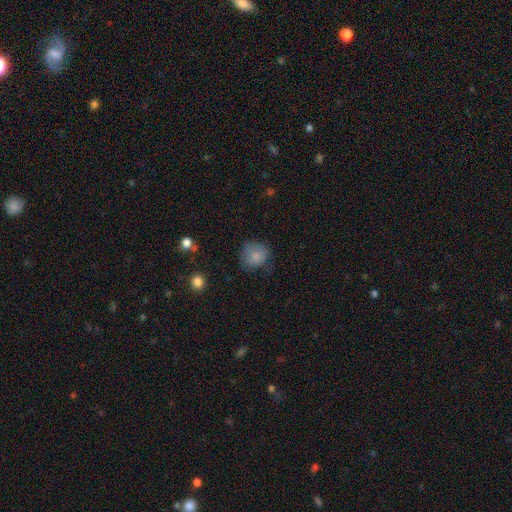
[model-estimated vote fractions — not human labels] Morphology: type=smooth (81%); roundness=round (79%); merging=none (62%).